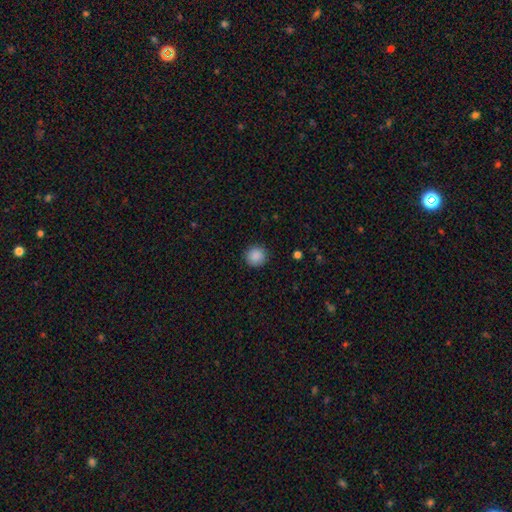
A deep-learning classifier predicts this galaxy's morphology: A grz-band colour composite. It shows a smooth galaxy with no disk features (88%) that is round (93%). Merging: none (91%).